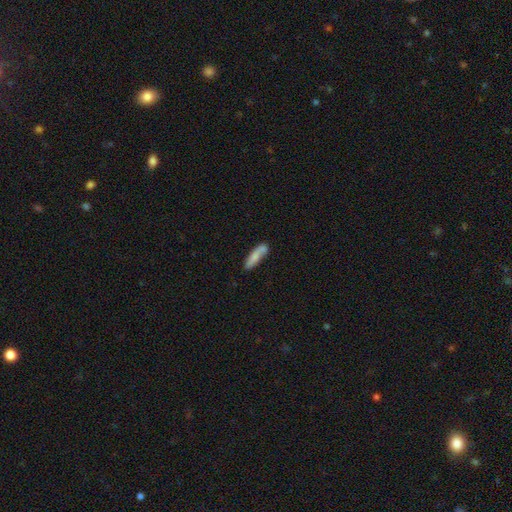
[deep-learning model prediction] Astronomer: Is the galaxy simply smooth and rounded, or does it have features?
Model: smooth — 74%.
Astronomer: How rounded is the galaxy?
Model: cigar-shaped — 65%.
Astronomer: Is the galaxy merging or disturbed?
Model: none — 63%.